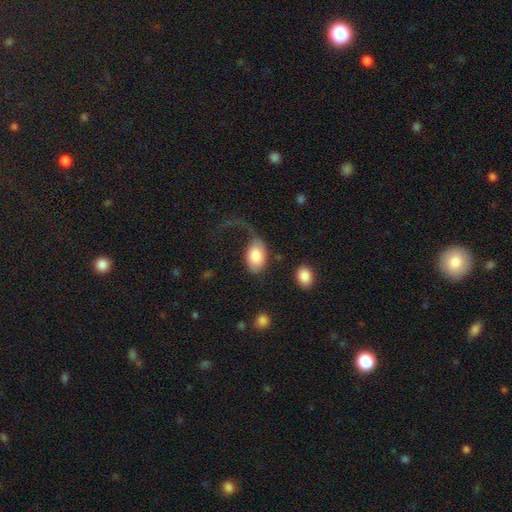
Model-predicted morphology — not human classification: This appears to be a smooth galaxy with no disk features (76%) that is in between round and cigar-shaped (90%). Merging: major disturbance (46%).